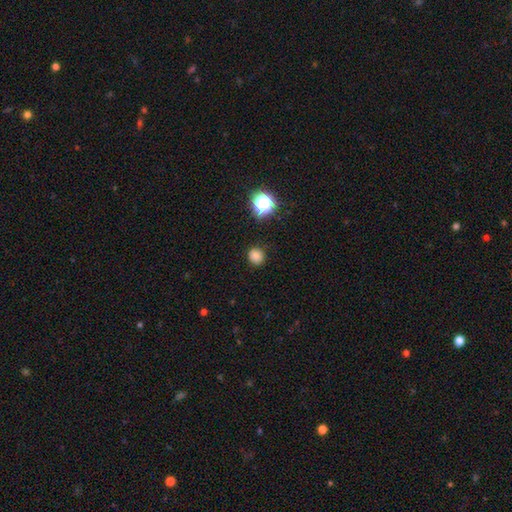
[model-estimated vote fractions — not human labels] Smooth or featured? Predicted: smooth (p=0.79). How rounded? Predicted: round (p=0.84). Merging? Predicted: none (p=0.87).